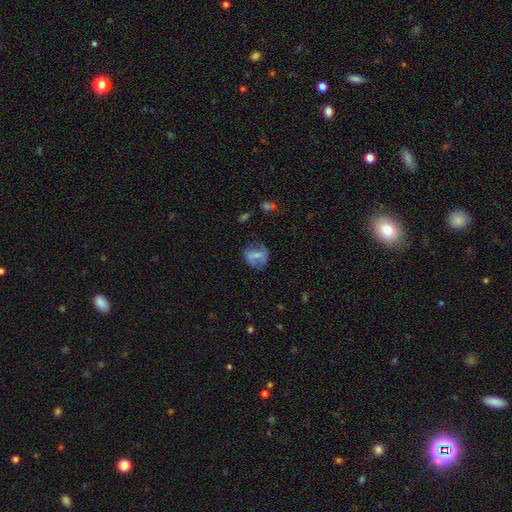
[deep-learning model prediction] smooth 50%, featured or disk 41%, star or artifact 10%. Down the decision tree: merging — none (58%).